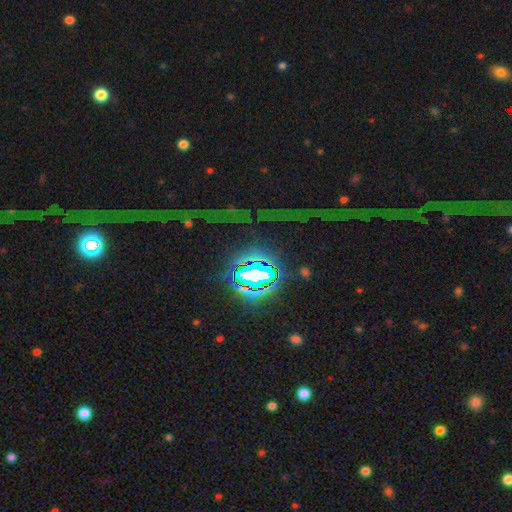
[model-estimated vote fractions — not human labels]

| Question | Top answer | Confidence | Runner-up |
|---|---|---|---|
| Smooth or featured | star or artifact | 82% | featured or disk (9%) |